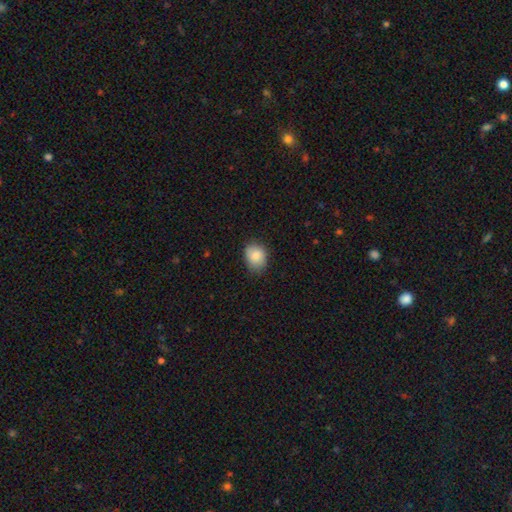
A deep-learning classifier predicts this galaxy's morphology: A smooth galaxy with no disk features (85%) that is in between round and cigar-shaped (53%).

Vote fractions:
- Smooth or featured? smooth: 85% / star or artifact: 8% / featured or disk: 7%
- How rounded? in between: 53% / round: 46% / cigar-shaped: 1%
- Merging? none: 78% / minor disturbance: 18% / major disturbance: 3% / merger: 1%